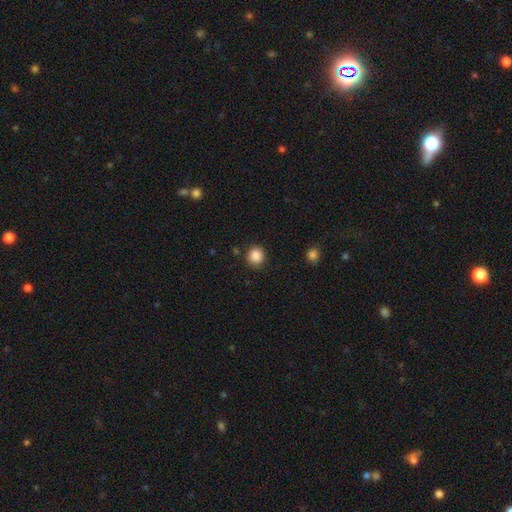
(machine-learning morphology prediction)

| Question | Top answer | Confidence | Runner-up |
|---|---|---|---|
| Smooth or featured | smooth | 88% | star or artifact (10%) |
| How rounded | round | 88% | in between (11%) |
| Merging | none | 87% | minor disturbance (9%) |